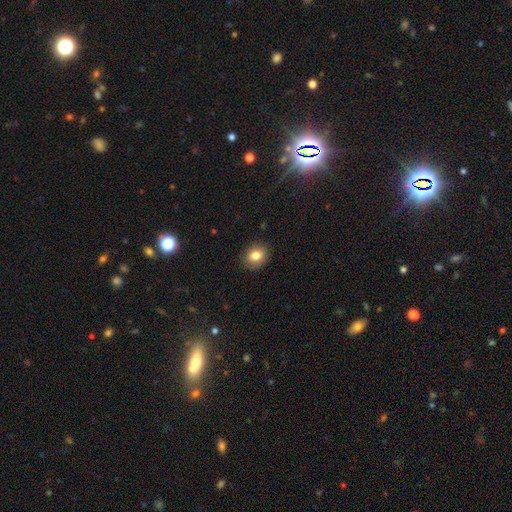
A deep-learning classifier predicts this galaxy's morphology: This appears to be a smooth galaxy with no disk features (82%) that is round (59%). Merging: none (88%).